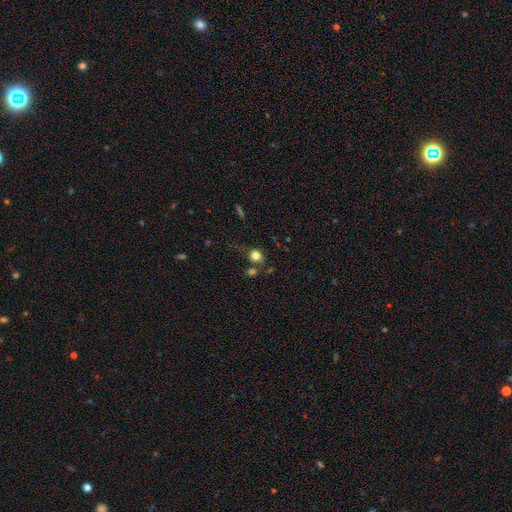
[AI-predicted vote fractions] Morphology: type=smooth (80%); roundness=round (72%); merging=none (60%).